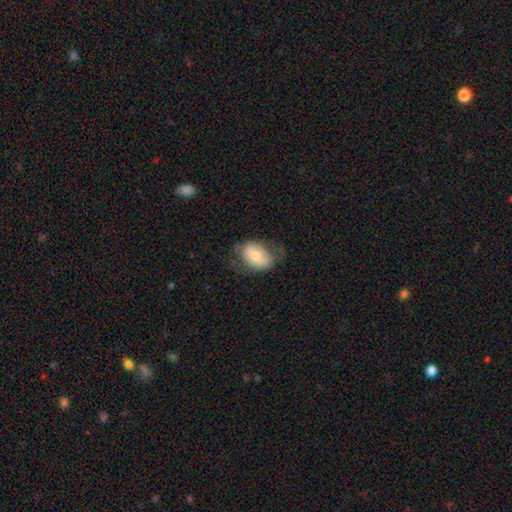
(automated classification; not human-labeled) smooth 64%, featured or disk 29%, star or artifact 7%. Down the decision tree: how rounded — in between (81%); merging — none (59%).